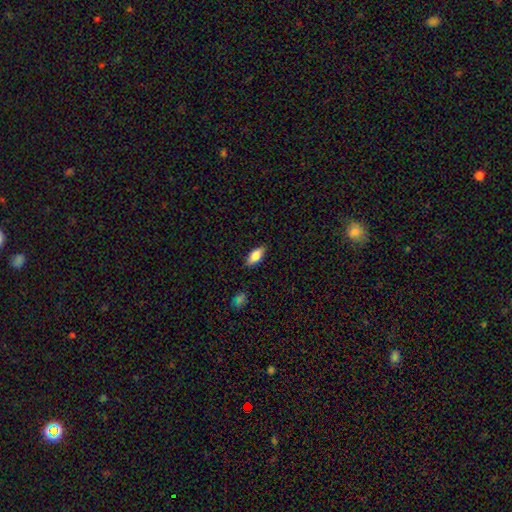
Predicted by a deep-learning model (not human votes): The model was most divided on "smooth or featured": smooth: 76%, featured or disk: 17%, star or artifact: 7%. More confident: merging — none (84%); how rounded — in between (83%).